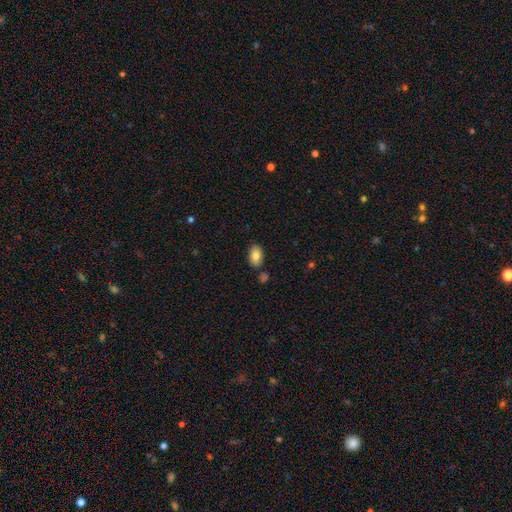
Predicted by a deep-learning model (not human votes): Smooth or featured: smooth — 81% (featured or disk — 11%)
How rounded: in between — 90% (round — 9%)
Merging: none — 82% (minor disturbance — 11%)